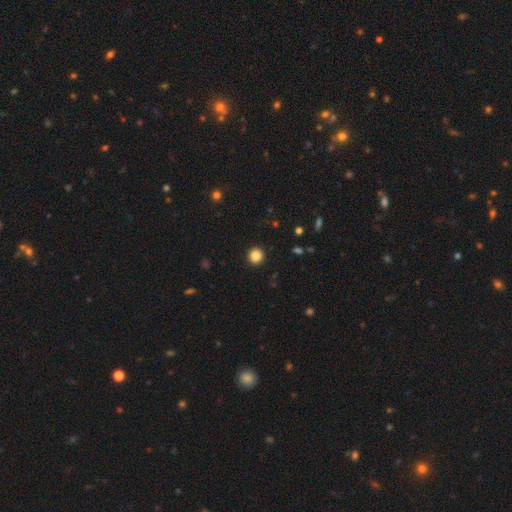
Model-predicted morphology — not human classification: Q: Smooth or featured?
A: smooth (85%); runner-up: star or artifact (11%)
Q: How rounded?
A: round (94%); runner-up: in between (5%)
Q: Merging?
A: none (93%); runner-up: minor disturbance (4%)